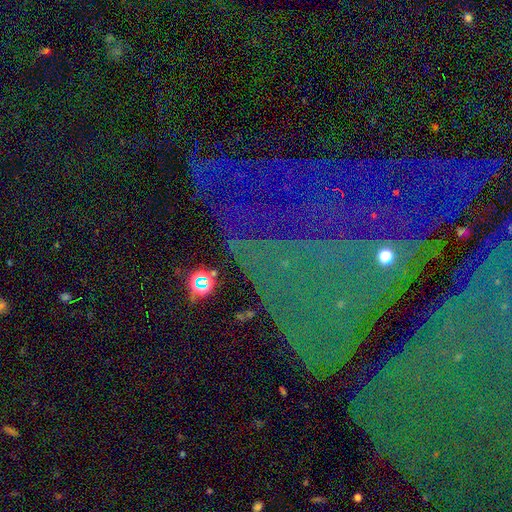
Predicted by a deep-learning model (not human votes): The model was most divided on "smooth or featured": star or artifact: 74%, featured or disk: 14%, smooth: 12%.